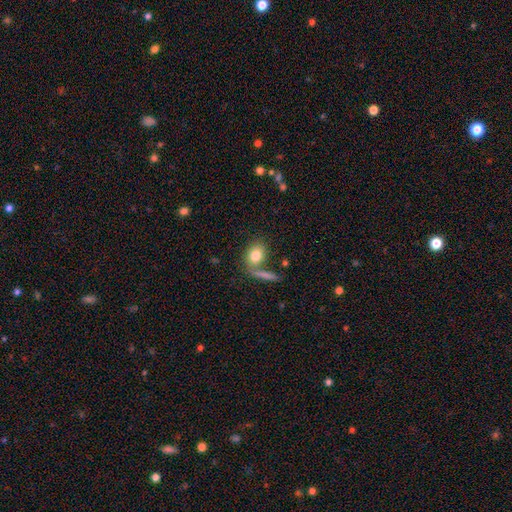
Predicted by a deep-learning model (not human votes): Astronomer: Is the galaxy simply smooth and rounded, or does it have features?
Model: smooth — 80%.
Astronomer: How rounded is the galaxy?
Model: in between — 66%.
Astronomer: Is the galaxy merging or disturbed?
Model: none — 60%.